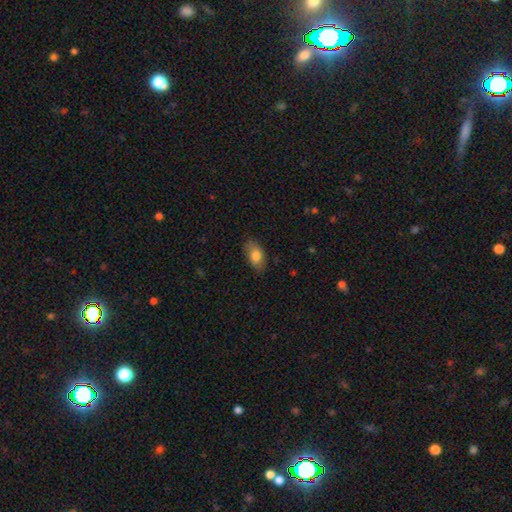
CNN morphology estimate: Smooth or featured: smooth — 80% (featured or disk — 14%)
How rounded: in between — 91% (round — 6%)
Merging: none — 79% (minor disturbance — 16%)